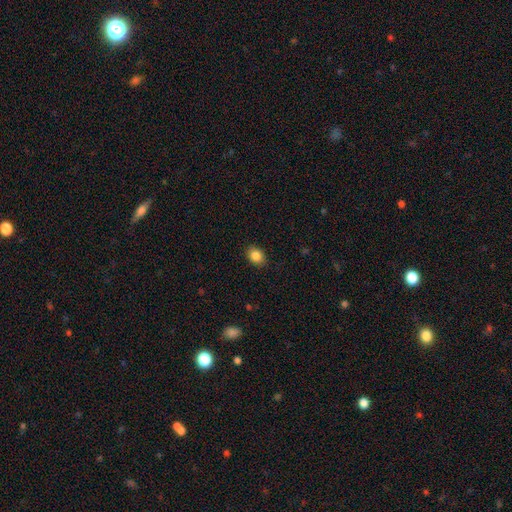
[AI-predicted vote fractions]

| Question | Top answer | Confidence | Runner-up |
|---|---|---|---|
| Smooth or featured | smooth | 85% | star or artifact (9%) |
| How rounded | in between | 59% | round (40%) |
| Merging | none | 89% | minor disturbance (8%) |